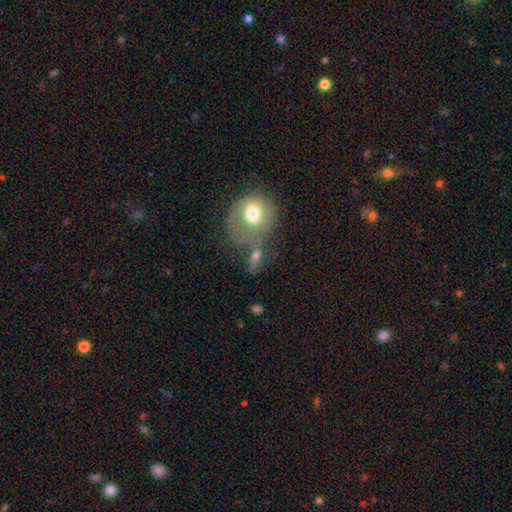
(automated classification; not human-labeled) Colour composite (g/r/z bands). It shows a smooth galaxy with no disk features (56%) that is in between round and cigar-shaped (55%). Merging: merger (39%).